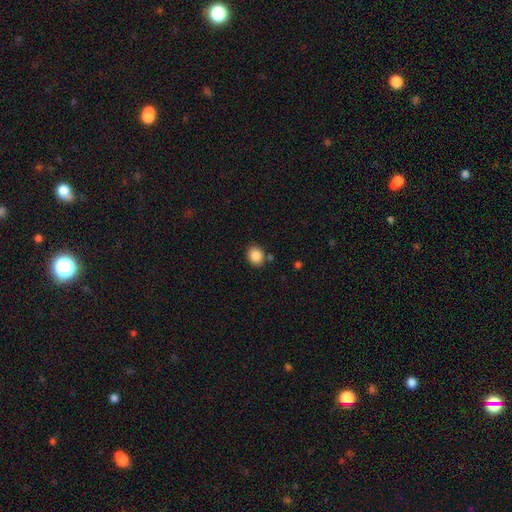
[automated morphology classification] smooth-or-featured: smooth: 86% | star or artifact: 9% | featured or disk: 5%
  how-rounded: round: 66% | in between: 33% | cigar-shaped: 1%
  merging: none: 82% | minor disturbance: 10% | merger: 5% | major disturbance: 2%